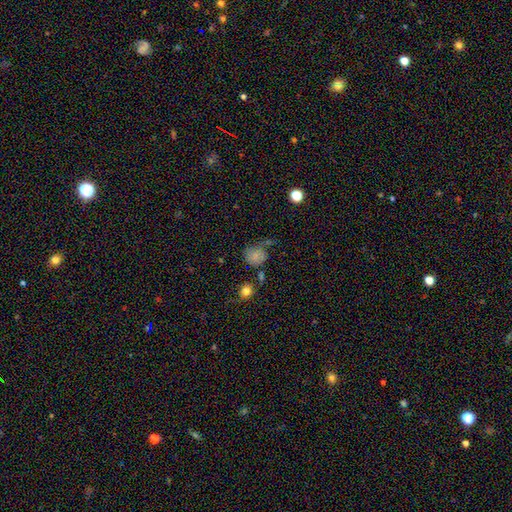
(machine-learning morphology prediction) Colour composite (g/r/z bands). It shows a smooth galaxy with no disk features (75%) that is round (78%). Merging: none (51%).